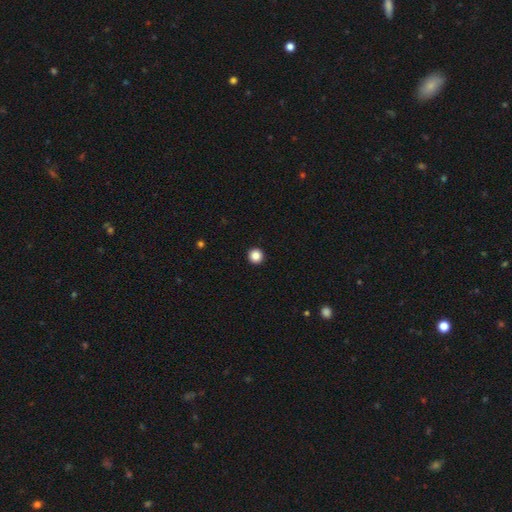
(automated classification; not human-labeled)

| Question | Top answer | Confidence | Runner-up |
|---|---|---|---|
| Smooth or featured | smooth | 86% | star or artifact (10%) |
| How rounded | round | 96% | in between (3%) |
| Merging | none | 95% | minor disturbance (3%) |